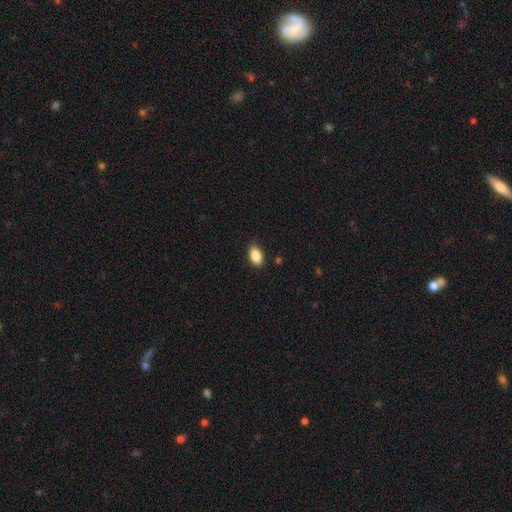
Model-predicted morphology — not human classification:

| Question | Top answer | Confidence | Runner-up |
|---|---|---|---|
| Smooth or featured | smooth | 87% | star or artifact (8%) |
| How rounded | in between | 91% | round (6%) |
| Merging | none | 88% | minor disturbance (9%) |